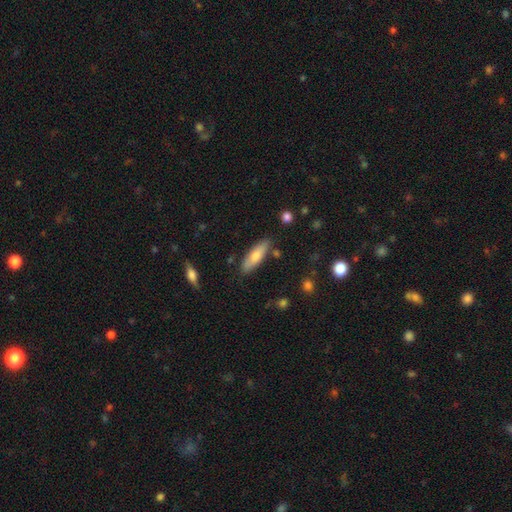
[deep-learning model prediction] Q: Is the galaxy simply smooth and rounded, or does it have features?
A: smooth — 71%.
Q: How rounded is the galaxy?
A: cigar-shaped — 50%.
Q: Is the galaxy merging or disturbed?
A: none — 82%.